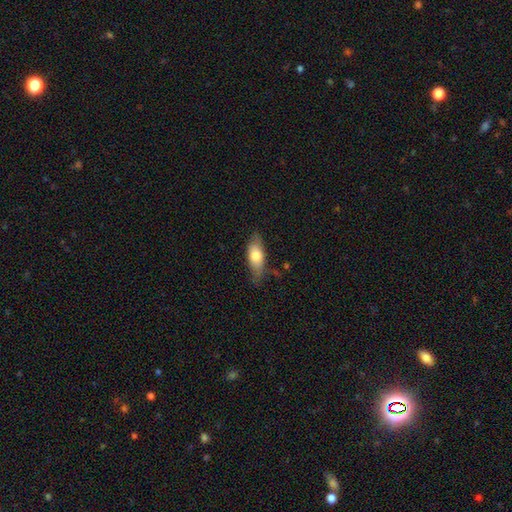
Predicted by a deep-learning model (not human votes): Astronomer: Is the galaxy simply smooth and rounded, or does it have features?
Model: smooth — 69%.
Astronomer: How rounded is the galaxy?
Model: in between — 75%.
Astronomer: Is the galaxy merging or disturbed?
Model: none — 65%.